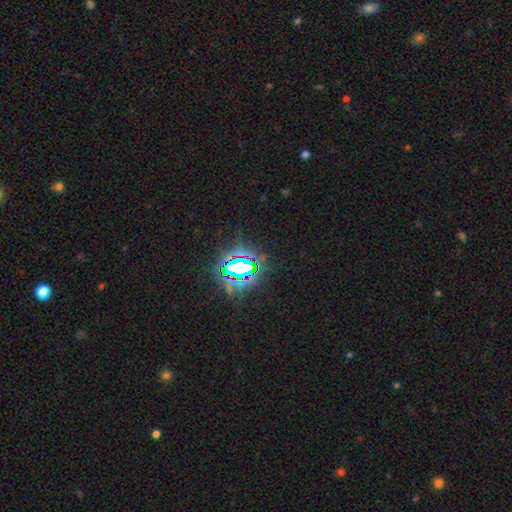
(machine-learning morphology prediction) Q: Smooth or featured?
A: star or artifact (83%); runner-up: smooth (11%)